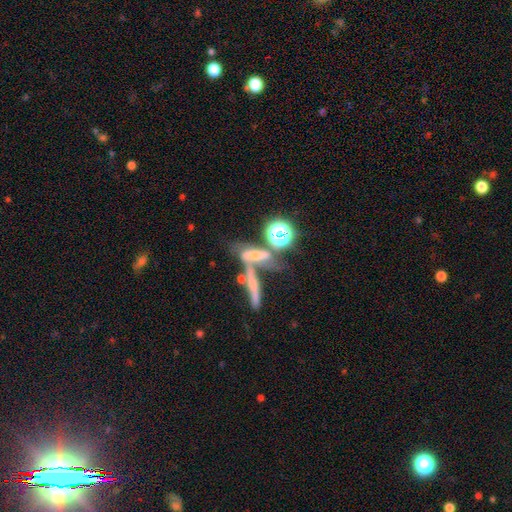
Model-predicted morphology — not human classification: smooth-or-featured: featured or disk: 39% | smooth: 38% | star or artifact: 22%
  merging: merger: 50% | none: 26% | major disturbance: 12% | minor disturbance: 11%